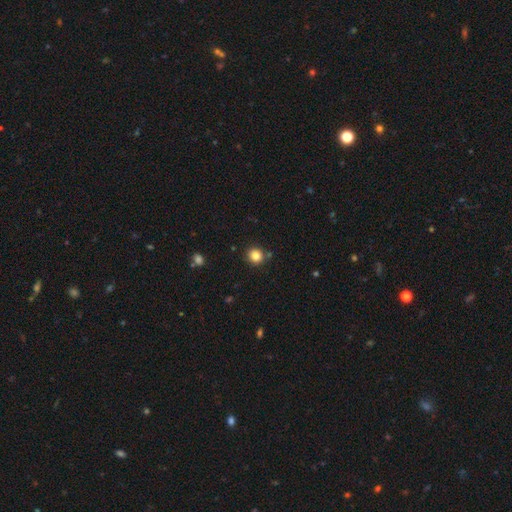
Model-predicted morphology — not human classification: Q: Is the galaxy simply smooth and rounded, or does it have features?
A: smooth — 83%.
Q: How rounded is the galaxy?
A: round — 87%.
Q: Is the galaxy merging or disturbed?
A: none — 86%.